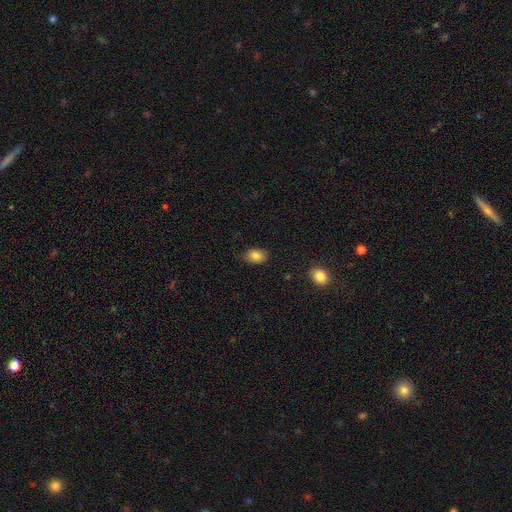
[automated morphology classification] Overall: smooth (85%). How rounded: in between (81%). Merging: none (82%).